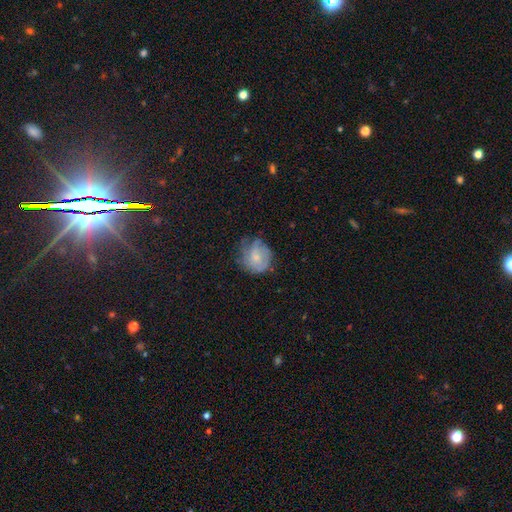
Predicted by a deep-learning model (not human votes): featured or disk 44% (tied), smooth 44% (tied), star or artifact 11%. Down the decision tree: merging — none (58%).